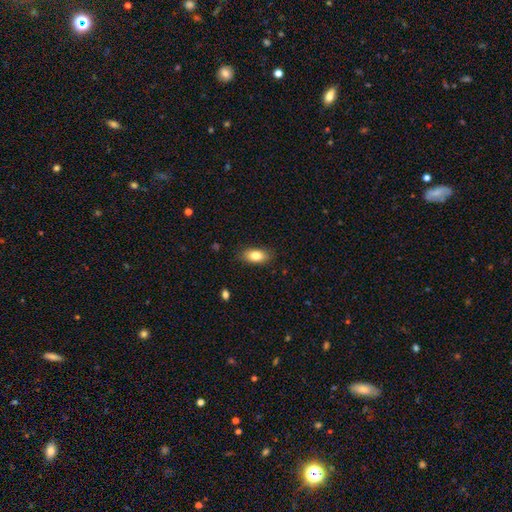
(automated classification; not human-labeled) smooth 82%, featured or disk 10%, star or artifact 7%. Down the decision tree: how rounded — in between (88%); merging — none (85%).